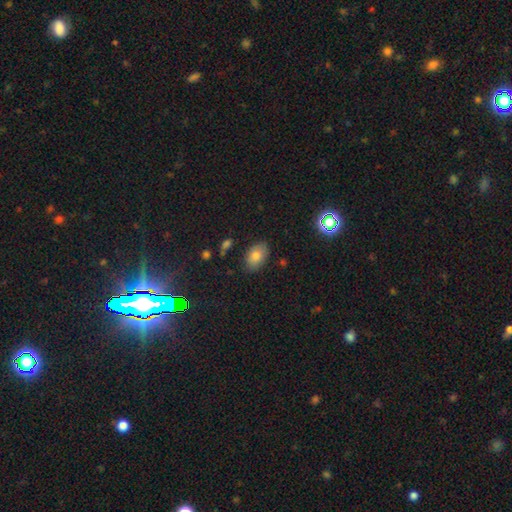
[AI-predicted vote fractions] Q: Smooth or featured?
A: smooth (77%); runner-up: featured or disk (12%)
Q: How rounded?
A: in between (87%); runner-up: round (12%)
Q: Merging?
A: none (82%); runner-up: minor disturbance (13%)